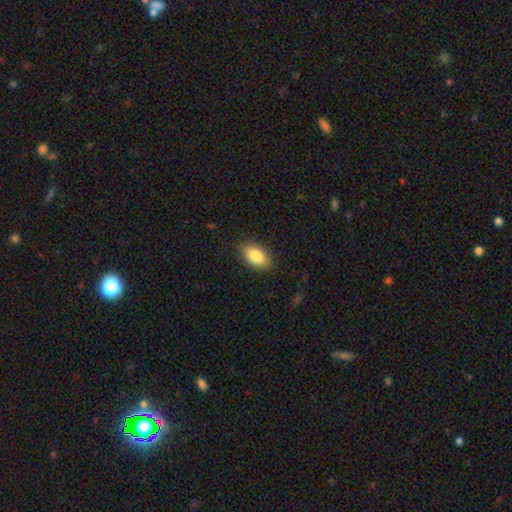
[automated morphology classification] smooth-or-featured: smooth: 86% | featured or disk: 7% | star or artifact: 7%
  how-rounded: in between: 92% | round: 6% | cigar-shaped: 2%
  merging: none: 87% | minor disturbance: 10% | major disturbance: 2% | merger: 1%